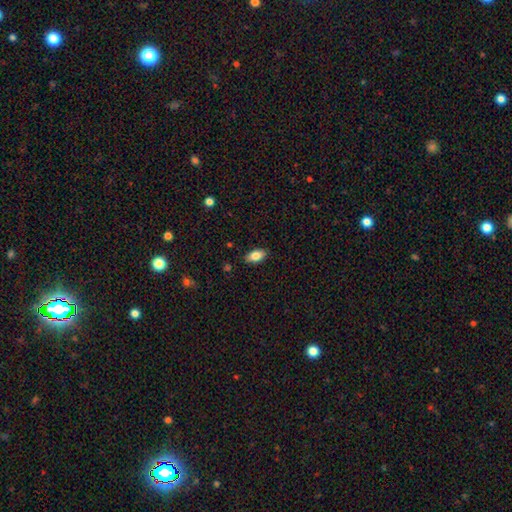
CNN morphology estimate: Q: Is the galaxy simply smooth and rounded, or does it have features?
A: smooth — 81%.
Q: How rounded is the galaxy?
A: in between — 91%.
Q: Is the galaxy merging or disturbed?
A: none — 87%.